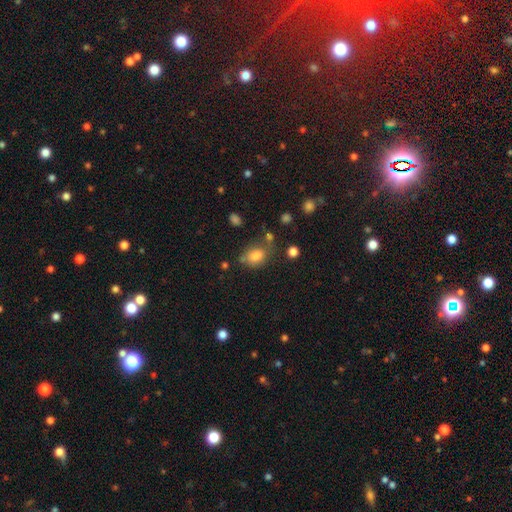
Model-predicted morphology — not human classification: This is clearly a smooth galaxy (80%). How rounded: likely in between (68%). Merging: possibly none (59%).